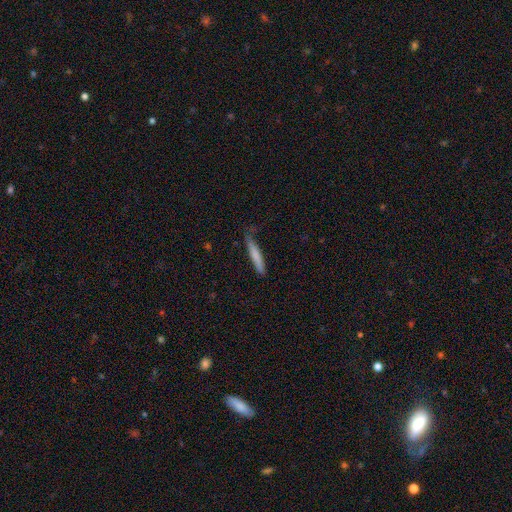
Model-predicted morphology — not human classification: A smooth galaxy with no disk features (74%) that is cigar-shaped (94%).

Vote fractions:
- Smooth or featured? smooth: 74% / featured or disk: 20% / star or artifact: 6%
- How rounded? cigar-shaped: 94% / in between: 5% / round: 1%
- Merging? none: 69% / minor disturbance: 24% / major disturbance: 5% / merger: 2%